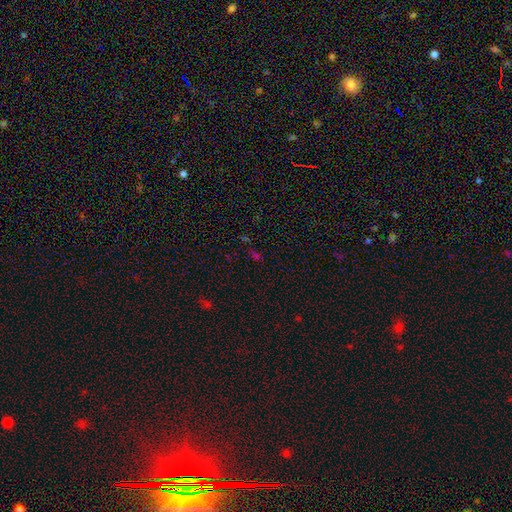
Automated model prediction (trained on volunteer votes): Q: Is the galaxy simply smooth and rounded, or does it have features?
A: star or artifact — 57%.